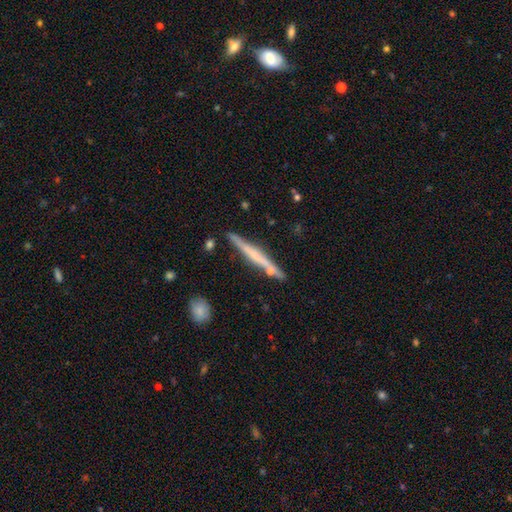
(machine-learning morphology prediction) A featured or disk galaxy (55%) viewed edge-on (97%) with no central bulge (59%).

Vote fractions:
- Smooth or featured? featured or disk: 55% / smooth: 38% / star or artifact: 6%
- Edge-on disk? yes: 97% / no: 3%
- Edge-on bulge? none: 59% / rounded: 26% / boxy: 15%
- Merging? none: 81% / minor disturbance: 12% / merger: 5% / major disturbance: 2%